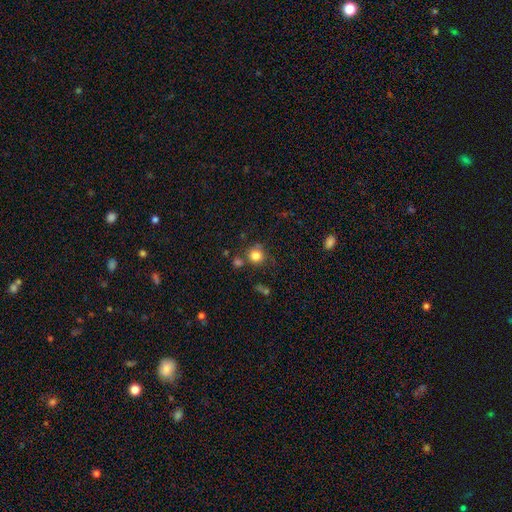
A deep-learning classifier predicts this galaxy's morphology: This appears to be a smooth galaxy with no disk features (82%) that is round (89%). Merging: none (69%).